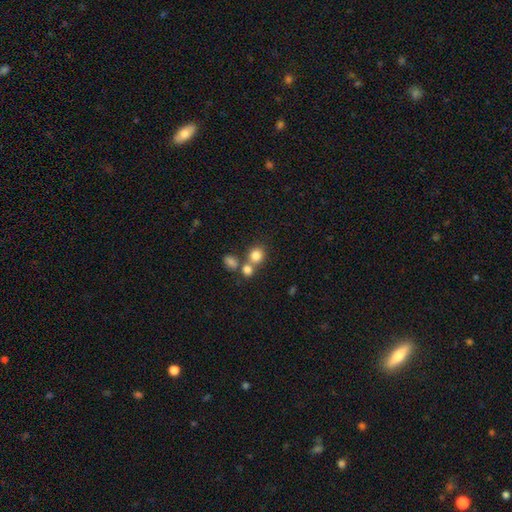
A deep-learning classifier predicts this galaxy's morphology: Smooth or featured? Predicted: smooth (p=0.80). How rounded? Predicted: round (p=0.80). Merging? Predicted: none (p=0.51).